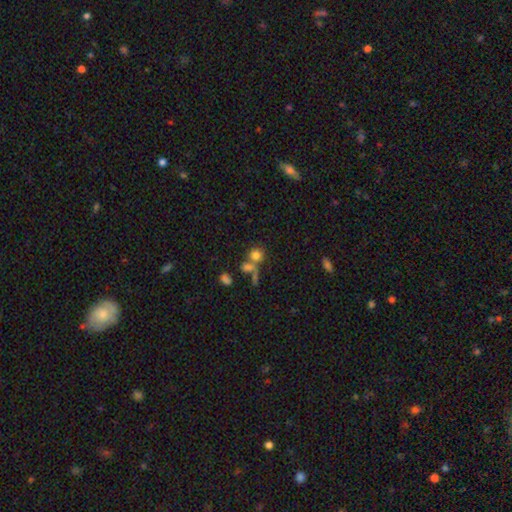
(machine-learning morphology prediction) type=smooth (76%); roundness=round (80%); merging=none (48%).